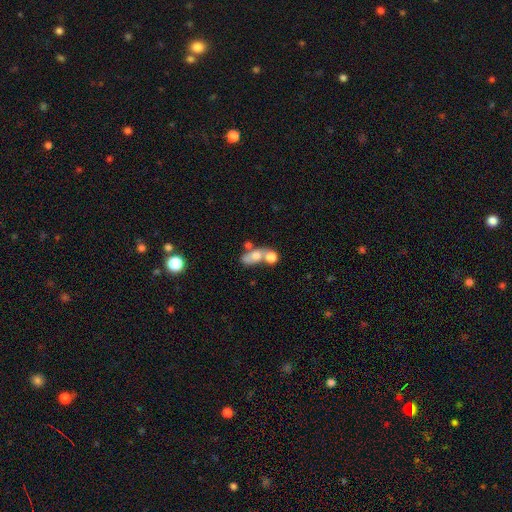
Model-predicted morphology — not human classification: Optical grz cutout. It shows a smooth galaxy with no disk features (63%) that is in between round and cigar-shaped (61%). Merging: merger (62%).